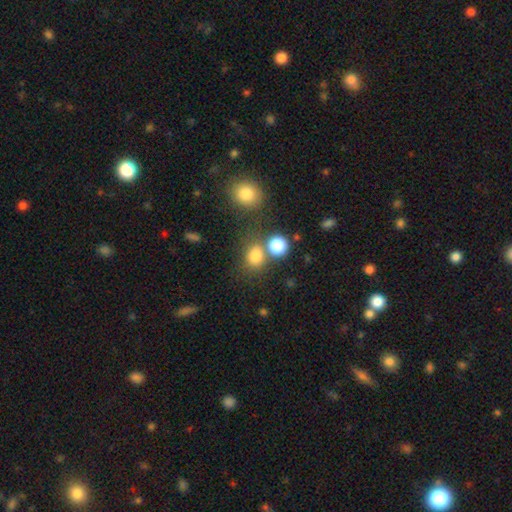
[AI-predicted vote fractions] Morphology: type=smooth (80%); roundness=round (64%); merging=none (55%).